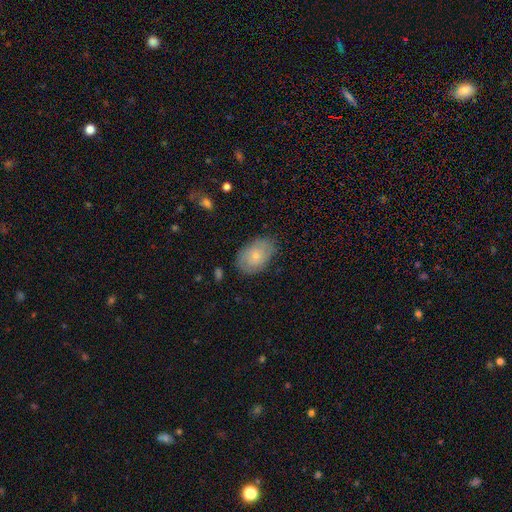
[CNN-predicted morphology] This appears to be a smooth galaxy with no disk features (62%) that is in between round and cigar-shaped (85%). Merging: none (75%).